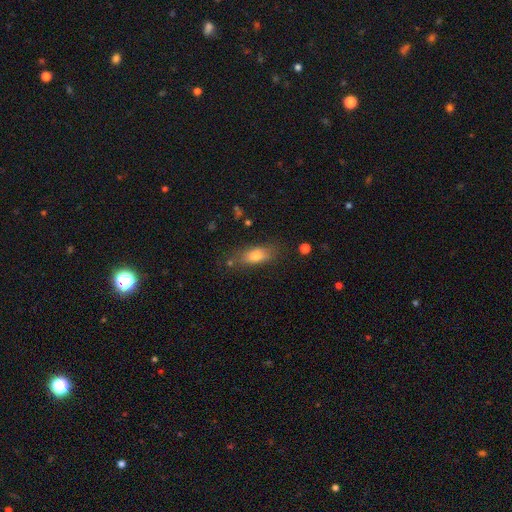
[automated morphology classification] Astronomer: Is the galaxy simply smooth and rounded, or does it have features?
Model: smooth — 74%.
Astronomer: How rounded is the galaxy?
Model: in between — 73%.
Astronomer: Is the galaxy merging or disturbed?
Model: none — 71%.